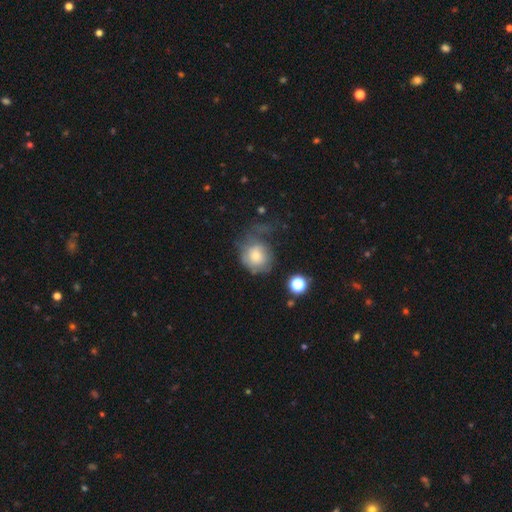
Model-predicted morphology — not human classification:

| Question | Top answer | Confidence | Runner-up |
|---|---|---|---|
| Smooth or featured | smooth | 63% | featured or disk (28%) |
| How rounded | round | 72% | in between (27%) |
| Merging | major disturbance | 42% | none (28%) |